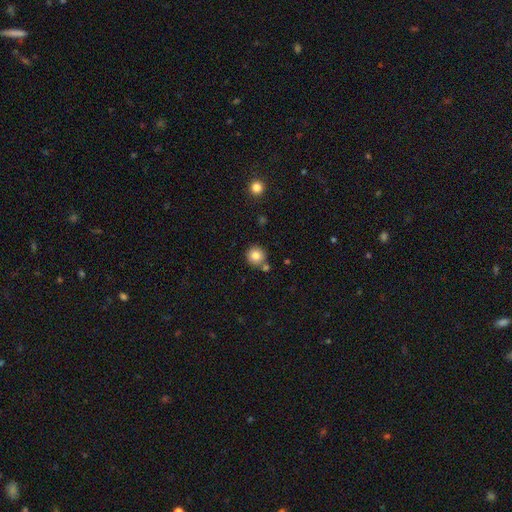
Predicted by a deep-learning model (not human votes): Smooth or featured?
  - smooth: 80% *
  - star or artifact: 11%
  - featured or disk: 9%
How rounded?
  - round: 94% *
  - in between: 5%
  - cigar-shaped: 1%
Merging?
  - none: 78% *
  - merger: 12%
  - minor disturbance: 8%
  - major disturbance: 2%